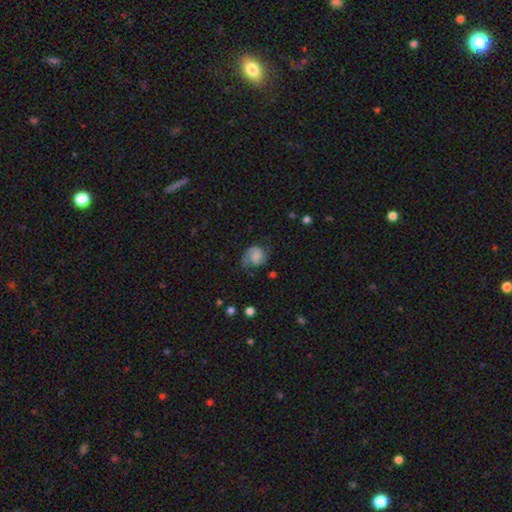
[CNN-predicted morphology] Q: Smooth or featured?
A: featured or disk (52%); runner-up: smooth (39%)
Q: Edge-on disk?
A: no (98%); runner-up: yes (2%)
Q: Bar?
A: no (61%); runner-up: weak (33%)
Q: Spiral arms?
A: yes (90%); runner-up: no (10%)
Q: Bulge size?
A: none (42%); runner-up: small (25%)
Q: Merging?
A: none (47%); runner-up: minor disturbance (28%)